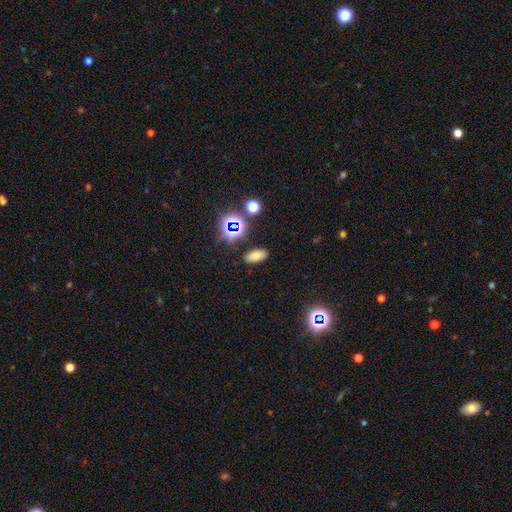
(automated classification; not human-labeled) A smooth galaxy with no disk features (68%) that is in between round and cigar-shaped (88%). Merging: none (86%).